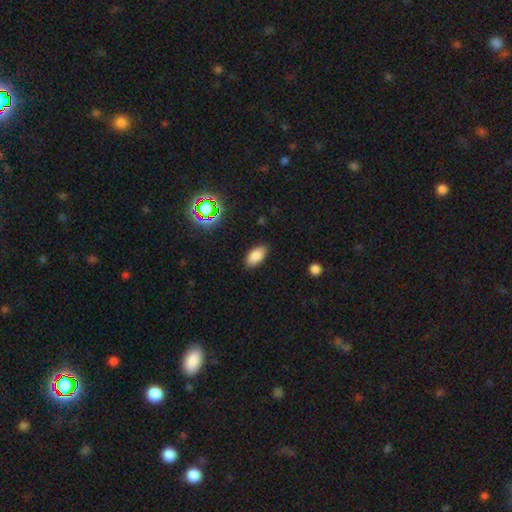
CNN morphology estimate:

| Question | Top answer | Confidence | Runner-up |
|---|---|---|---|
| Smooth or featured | smooth | 83% | star or artifact (11%) |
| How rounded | in between | 93% | round (4%) |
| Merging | none | 86% | minor disturbance (10%) |